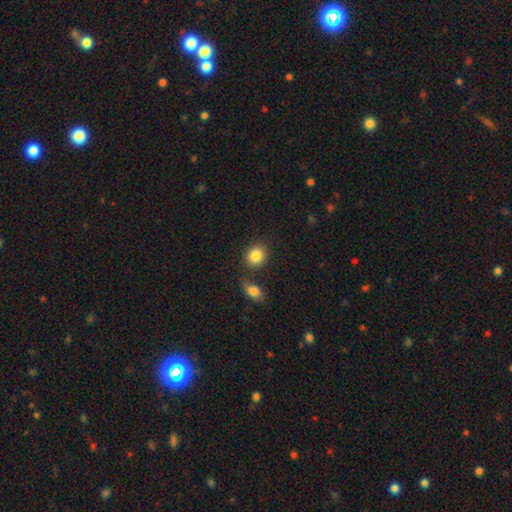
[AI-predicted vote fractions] Smooth or featured? Predicted: smooth (p=0.86). How rounded? Predicted: round (p=0.71). Merging? Predicted: none (p=0.76).